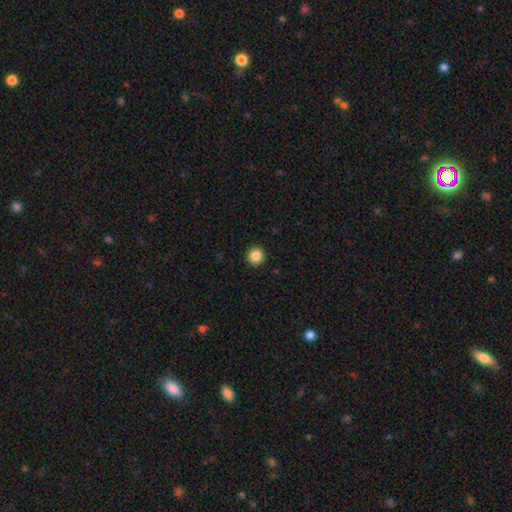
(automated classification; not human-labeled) smooth 85%, star or artifact 10%, featured or disk 4%. Down the decision tree: how rounded — round (94%); merging — none (93%).